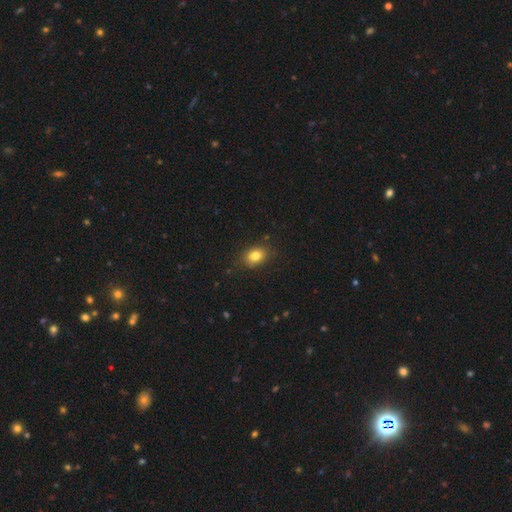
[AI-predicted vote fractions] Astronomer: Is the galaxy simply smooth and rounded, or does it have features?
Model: smooth — 81%.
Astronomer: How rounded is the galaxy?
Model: in between — 67%.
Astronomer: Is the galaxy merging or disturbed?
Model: none — 84%.